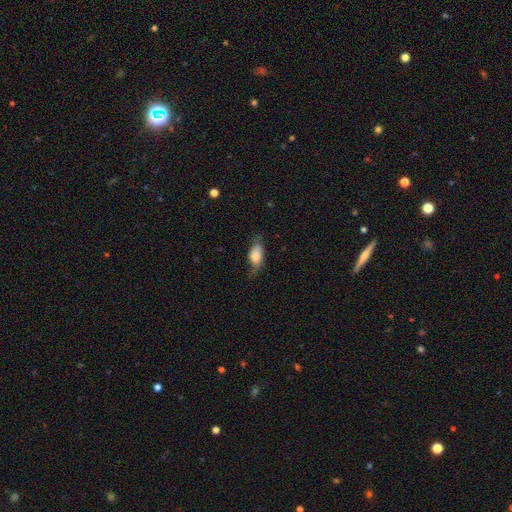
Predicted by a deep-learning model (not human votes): Smooth or featured? Predicted: smooth (p=0.69). How rounded? Predicted: in between (p=0.83). Merging? Predicted: none (p=0.58).